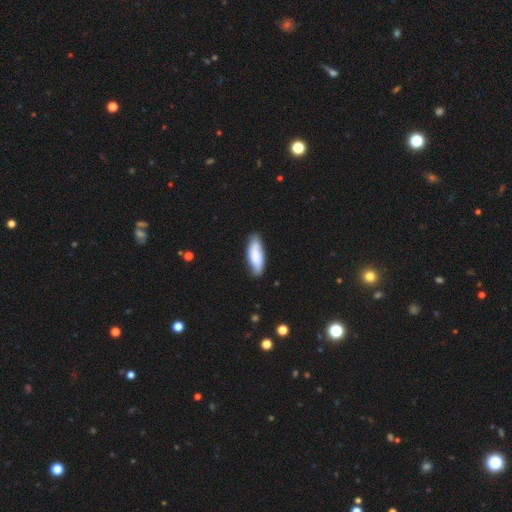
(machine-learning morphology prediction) A smooth galaxy with no disk features (74%) that is in between round and cigar-shaped (60%). Merging: none (79%).